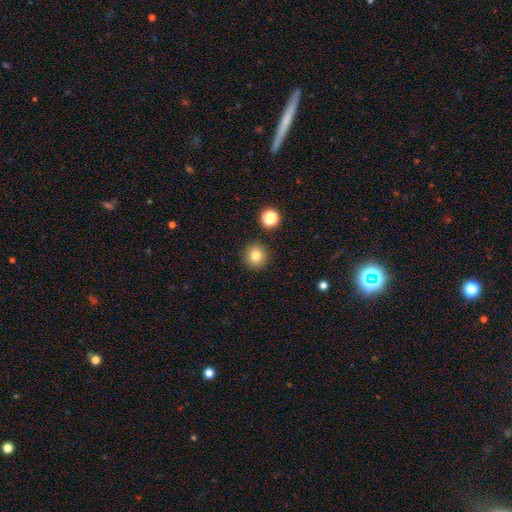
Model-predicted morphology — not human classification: Overall: smooth (80%). How rounded: round (94%). Merging: none (89%).